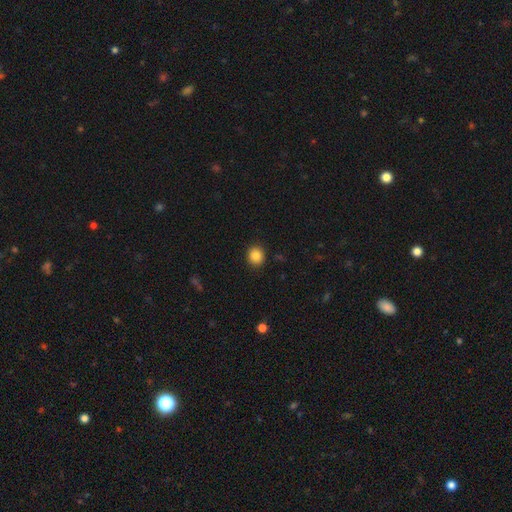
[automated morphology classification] This appears to be a smooth galaxy with no disk features (86%) that is round (83%). Merging: none (91%).